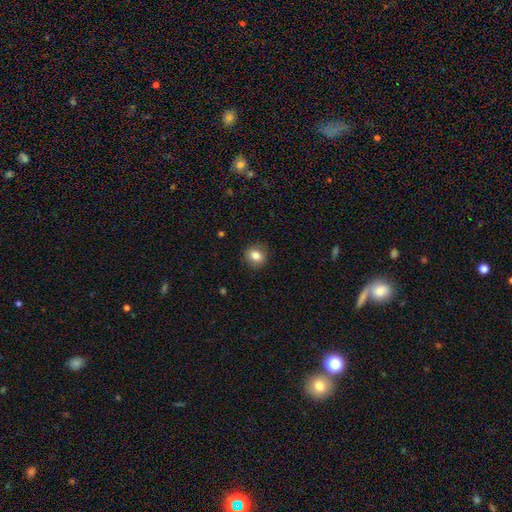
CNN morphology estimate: Smooth or featured?
  - smooth: 82% *
  - star or artifact: 10%
  - featured or disk: 8%
How rounded?
  - round: 80% *
  - in between: 19%
  - cigar-shaped: 1%
Merging?
  - none: 89% *
  - minor disturbance: 8%
  - major disturbance: 2%
  - merger: 1%